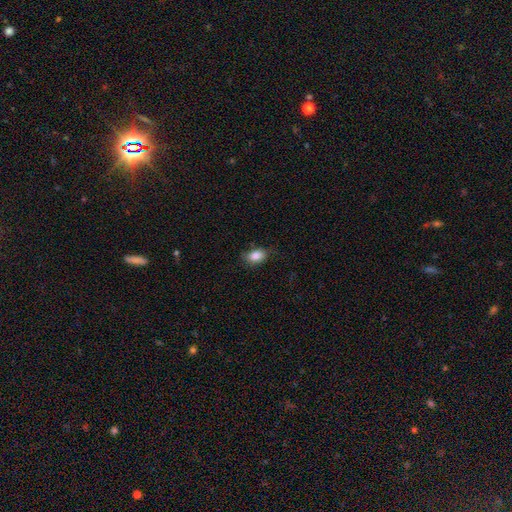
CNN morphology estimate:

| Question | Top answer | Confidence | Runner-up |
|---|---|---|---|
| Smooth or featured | smooth | 86% | star or artifact (8%) |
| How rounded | in between | 82% | round (16%) |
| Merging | none | 75% | minor disturbance (20%) |